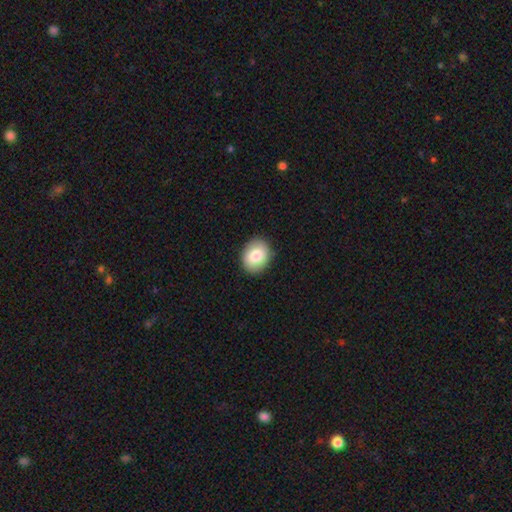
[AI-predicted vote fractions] This appears to be a smooth galaxy with no disk features (85%) that is in between round and cigar-shaped (53%). Merging: none (89%).